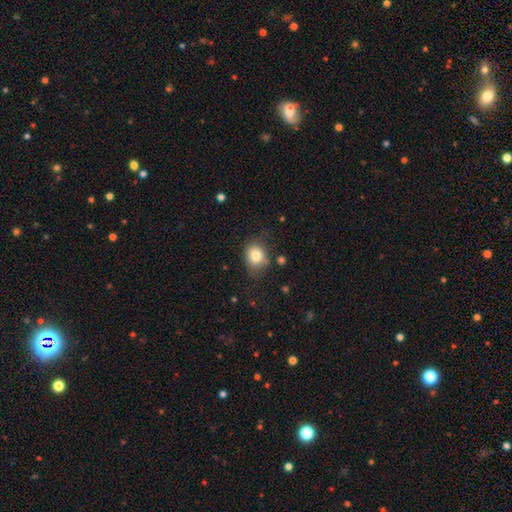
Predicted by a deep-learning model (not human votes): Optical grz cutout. It shows a smooth galaxy with no disk features (79%) that is round (55%). Merging: none (65%).